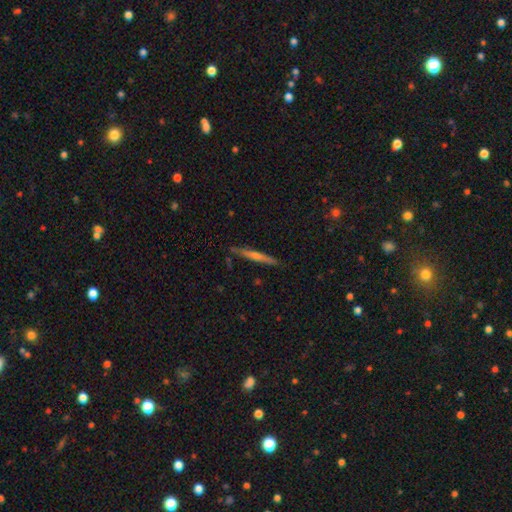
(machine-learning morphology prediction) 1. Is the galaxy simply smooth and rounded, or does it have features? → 59% featured or disk, 34% smooth, 7% star or artifact.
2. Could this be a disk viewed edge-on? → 97% yes, 3% no.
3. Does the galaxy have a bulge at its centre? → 60% rounded, 34% none, 6% boxy.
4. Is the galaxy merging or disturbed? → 87% none, 10% minor disturbance, 2% major disturbance, 2% merger.